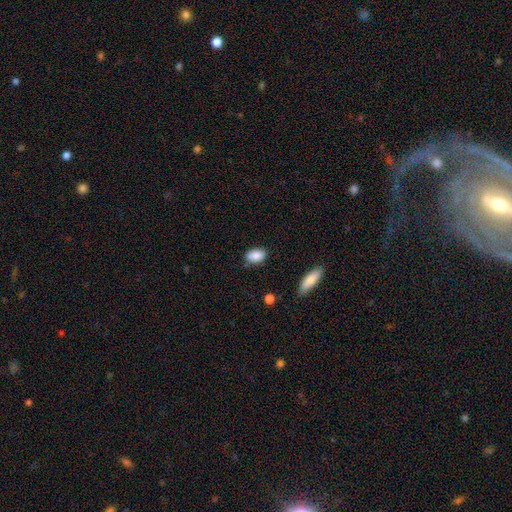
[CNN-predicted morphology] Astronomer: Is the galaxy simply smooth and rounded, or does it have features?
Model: smooth — 86%.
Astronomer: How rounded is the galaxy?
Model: in between — 85%.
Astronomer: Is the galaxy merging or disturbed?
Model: none — 79%.